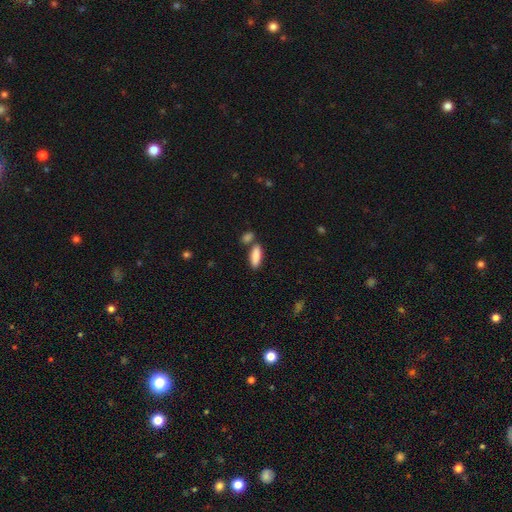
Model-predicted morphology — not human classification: Smooth or featured? Predicted: smooth (p=0.88). How rounded? Predicted: in between (p=0.66). Merging? Predicted: none (p=0.65).